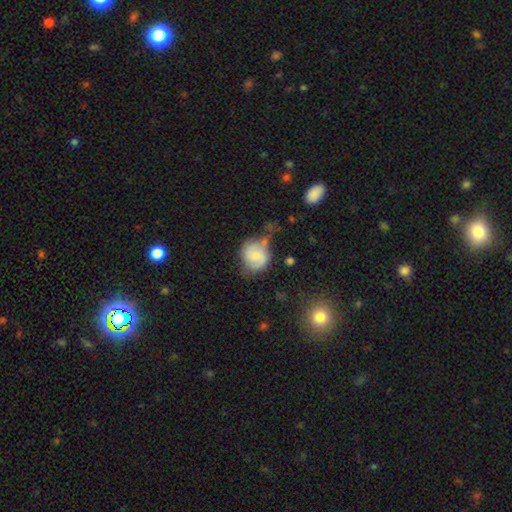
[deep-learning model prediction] Morphology: type=featured or disk (58%); edge-on=no (98%); bar=no (49%); spiral arms=yes (90%); winding=medium (47%); arm count=2 (80%); bulge=small (52%); merging=none (55%).